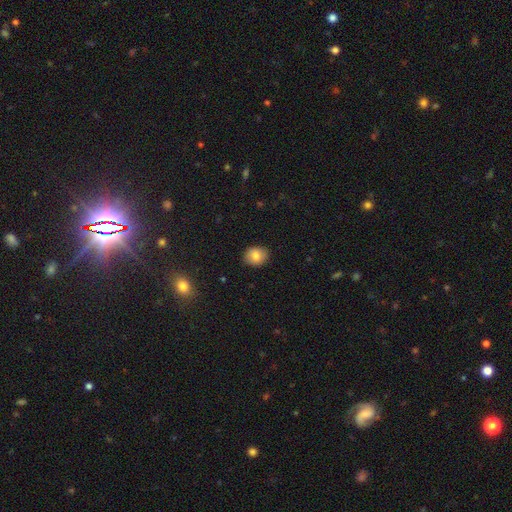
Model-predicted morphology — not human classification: This is clearly a smooth galaxy (80%). How rounded: possibly round (58%). Merging: clearly none (87%).